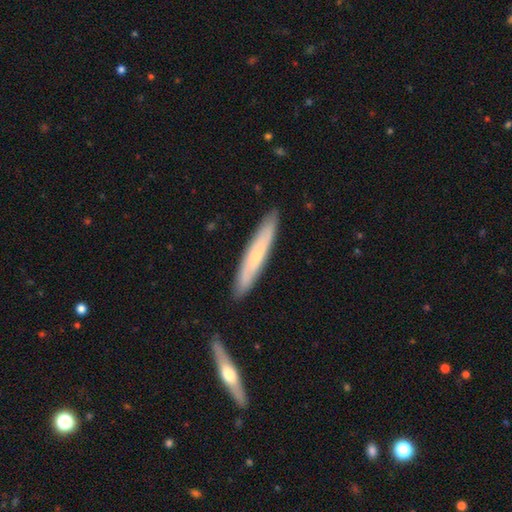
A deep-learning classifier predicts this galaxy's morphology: smooth 59%, featured or disk 36%, star or artifact 6%. Down the decision tree: how rounded — cigar-shaped (93%); merging — none (87%).